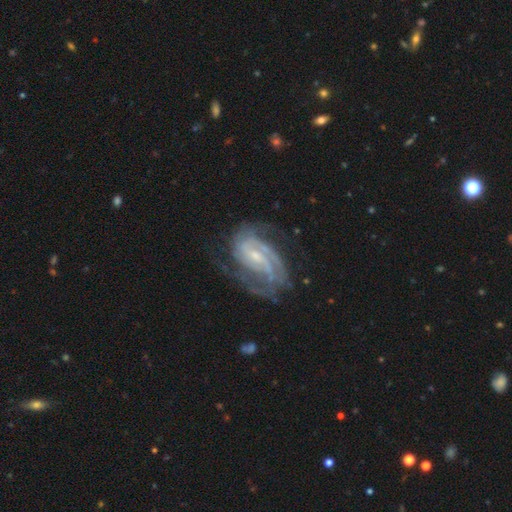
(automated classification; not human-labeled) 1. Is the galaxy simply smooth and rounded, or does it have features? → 88% featured or disk, 6% smooth, 6% star or artifact.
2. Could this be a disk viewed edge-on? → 97% no, 3% yes.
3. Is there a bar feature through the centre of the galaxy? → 50% weak, 29% no, 21% strong.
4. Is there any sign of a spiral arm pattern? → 97% yes, 3% no.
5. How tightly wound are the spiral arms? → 53% tight, 38% medium, 9% loose.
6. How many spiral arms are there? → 42% 2, 22% 3, 20% can't tell, 7% 4, 5% 1, 4% more than 4.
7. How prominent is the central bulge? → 64% small, 27% moderate, 6% none, 2% large, 1% dominant.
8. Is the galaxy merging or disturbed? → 64% none, 20% minor disturbance, 14% major disturbance, 2% merger.